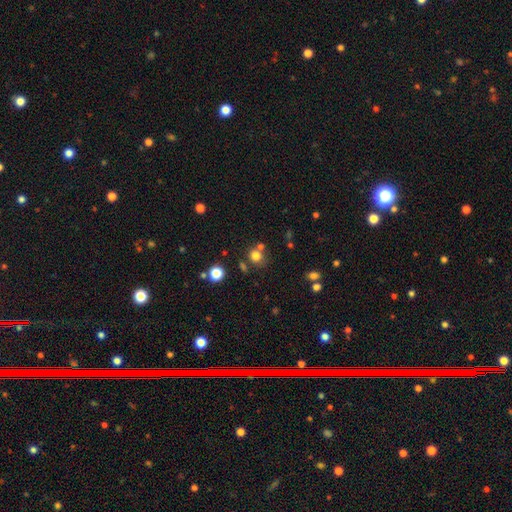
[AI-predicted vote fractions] smooth 76%, star or artifact 16%, featured or disk 7%. Down the decision tree: how rounded — round (80%); merging — none (62%).